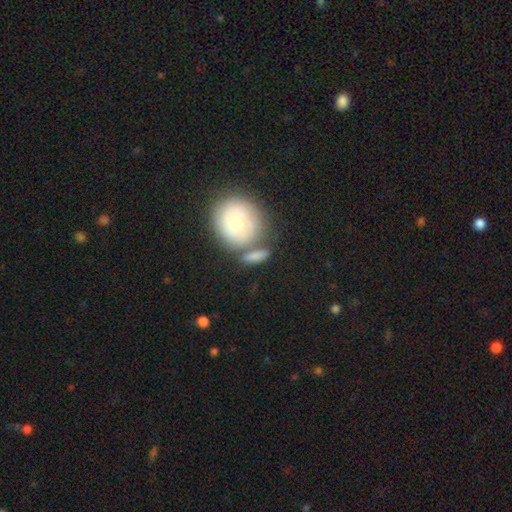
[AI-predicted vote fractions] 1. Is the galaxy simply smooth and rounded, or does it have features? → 68% smooth, 25% featured or disk, 7% star or artifact.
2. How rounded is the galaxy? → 60% in between, 25% round, 15% cigar-shaped.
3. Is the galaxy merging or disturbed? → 53% none, 23% merger, 16% minor disturbance, 7% major disturbance.